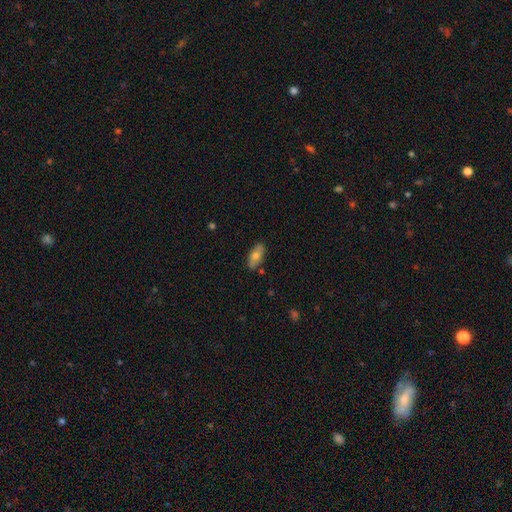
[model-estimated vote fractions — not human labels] Smooth or featured? smooth (67%)
How rounded? in between (79%)
Merging? none (83%)